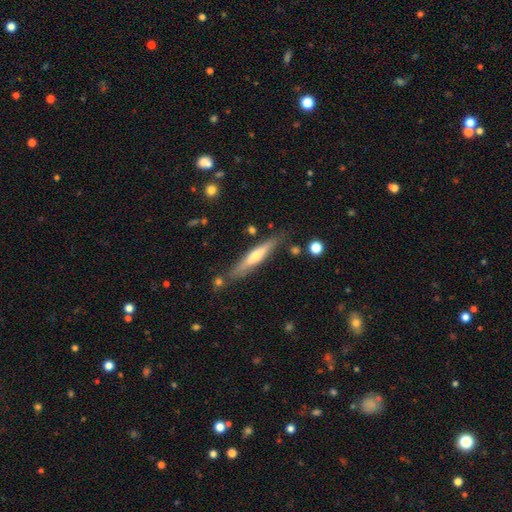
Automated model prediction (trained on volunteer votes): Smooth or featured? featured or disk (54%)
Edge-on disk? yes (92%)
Merging? none (80%)